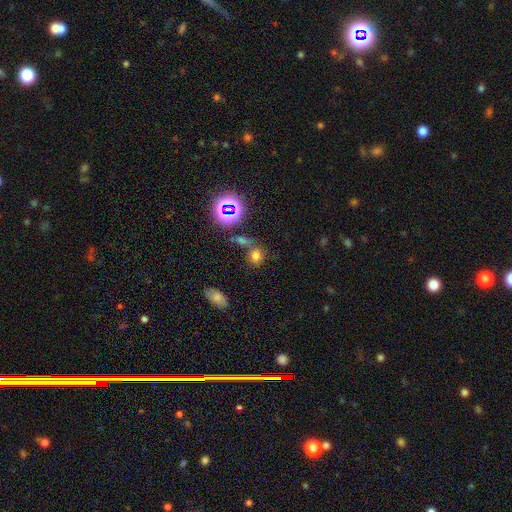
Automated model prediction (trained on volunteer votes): Smooth or featured?
  - smooth: 64% *
  - star or artifact: 27%
  - featured or disk: 9%
How rounded?
  - round: 52% *
  - in between: 46%
  - cigar-shaped: 2%
Merging?
  - none: 56% *
  - merger: 26%
  - minor disturbance: 12%
  - major disturbance: 6%